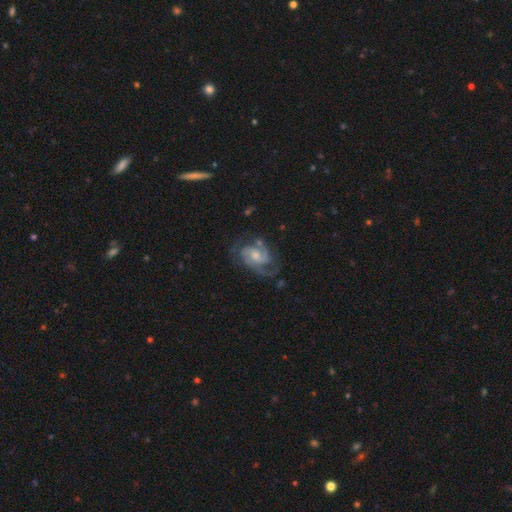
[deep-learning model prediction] This is clearly a featured or disk galaxy (86%). It is clearly not viewed edge-on (98%). Bar: possibly no (56%). Spiral arm pattern: clearly yes (97%). Spiral arm count: likely 2 (66%). Spiral winding: possibly medium (48%). Central bulge: possibly moderate (49%). Merging: likely none (63%).